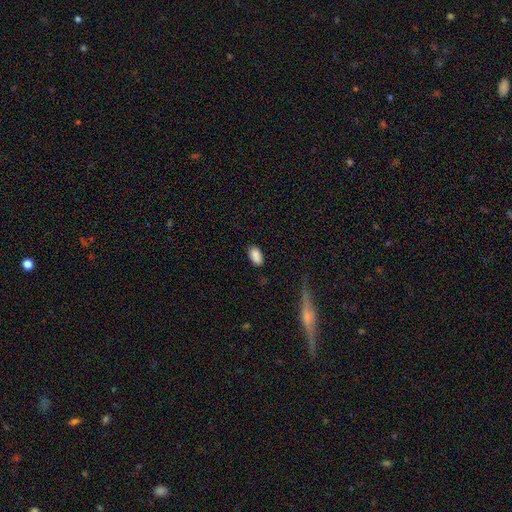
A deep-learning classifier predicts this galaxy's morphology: Smooth or featured? smooth (88%)
How rounded? in between (94%)
Merging? none (84%)